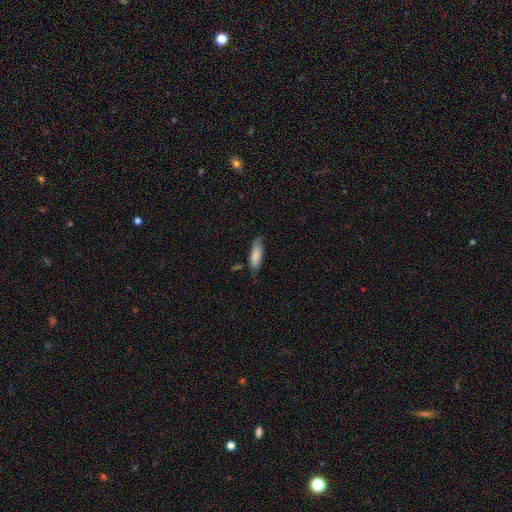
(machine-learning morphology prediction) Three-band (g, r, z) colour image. It shows a smooth galaxy with no disk features (83%) that is in between round and cigar-shaped (50%). Merging: none (71%).